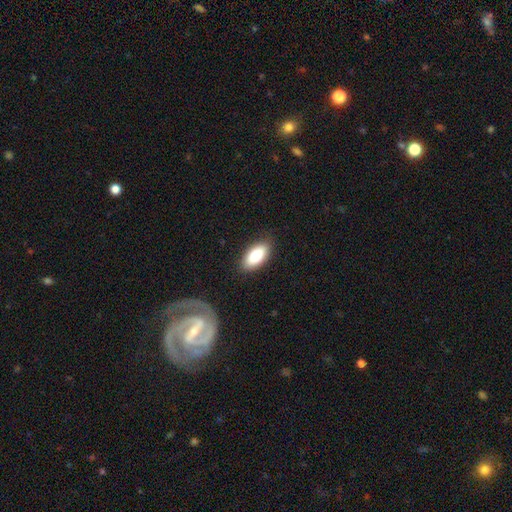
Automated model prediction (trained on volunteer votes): This appears to be a smooth galaxy with no disk features (83%) that is in between round and cigar-shaped (90%). Merging: none (86%).